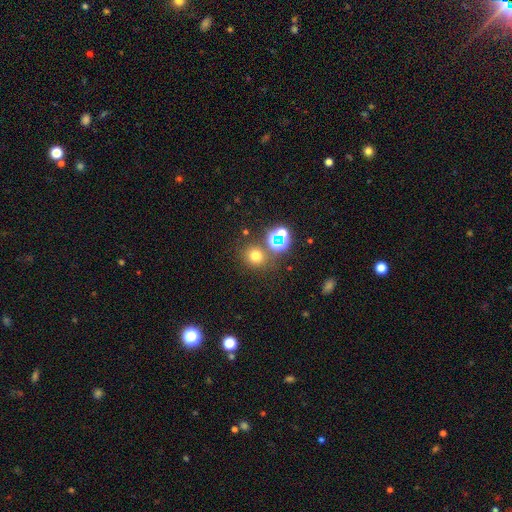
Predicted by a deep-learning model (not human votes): Overall: smooth (67%). How rounded: round (83%). Merging: none (76%).